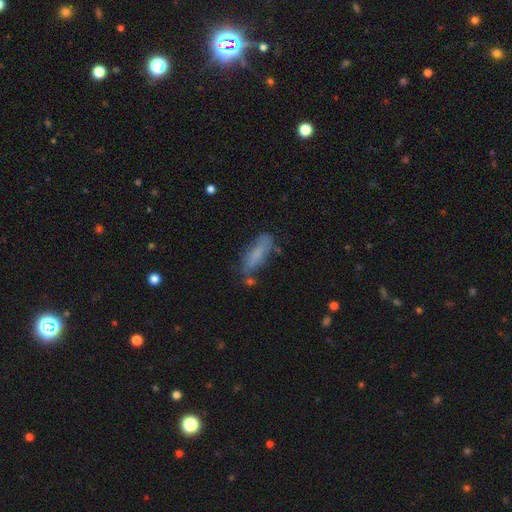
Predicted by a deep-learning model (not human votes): A smooth galaxy with no disk features (69%) that is cigar-shaped (51%).

Vote fractions:
- Smooth or featured? smooth: 69% / featured or disk: 22% / star or artifact: 9%
- How rounded? cigar-shaped: 51% / in between: 47% / round: 2%
- Merging? none: 55% / minor disturbance: 26% / major disturbance: 11% / merger: 8%